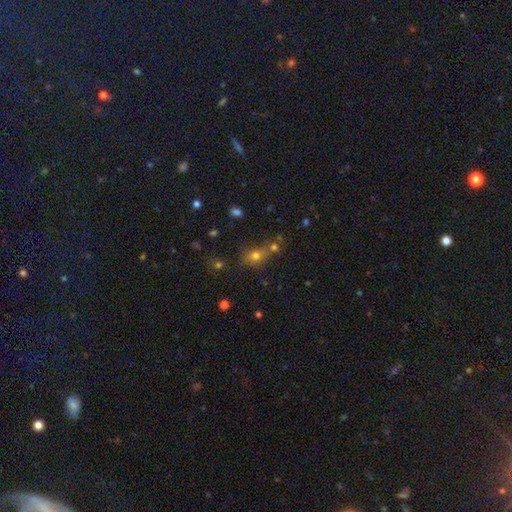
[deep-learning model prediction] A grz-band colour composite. It shows a smooth galaxy with no disk features (68%) that is round (58%). Merging: none (54%).